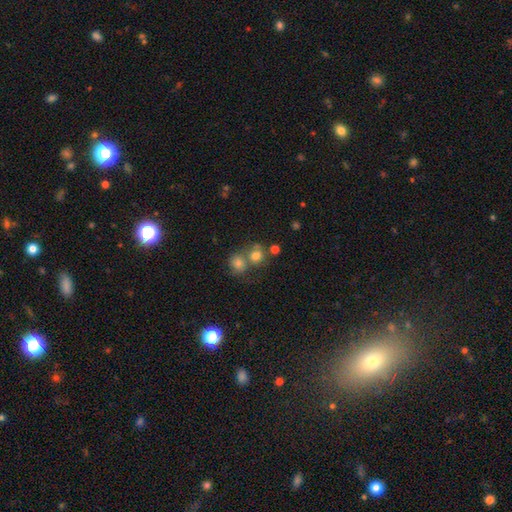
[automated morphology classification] type=smooth (75%); roundness=round (82%); merging=none (46%).